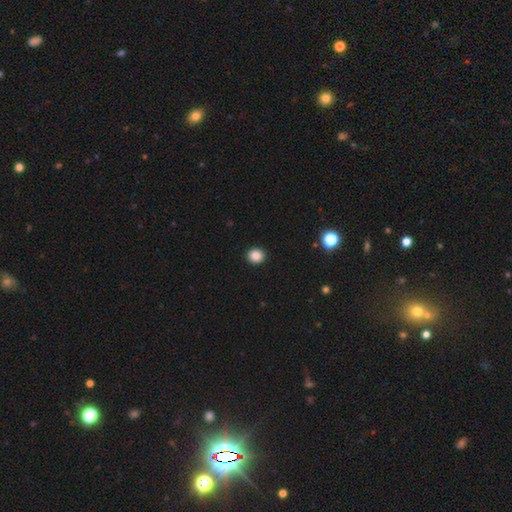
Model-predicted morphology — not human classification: Smooth or featured? smooth (86%)
How rounded? round (87%)
Merging? none (93%)